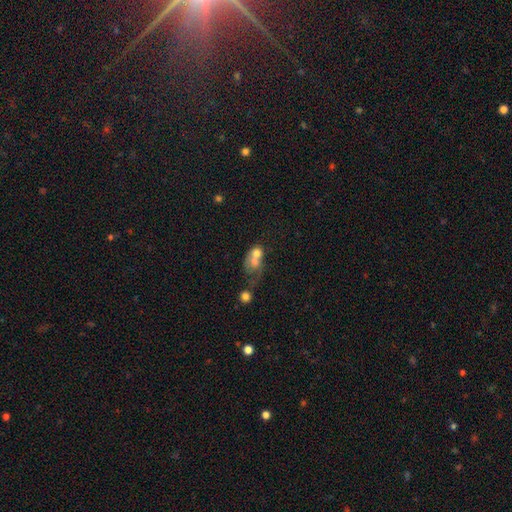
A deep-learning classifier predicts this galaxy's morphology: Smooth or featured?
  - smooth: 60% *
  - featured or disk: 30%
  - star or artifact: 10%
How rounded?
  - in between: 54% *
  - round: 44%
  - cigar-shaped: 2%
Merging?
  - merger: 70% *
  - none: 12%
  - major disturbance: 11%
  - minor disturbance: 7%